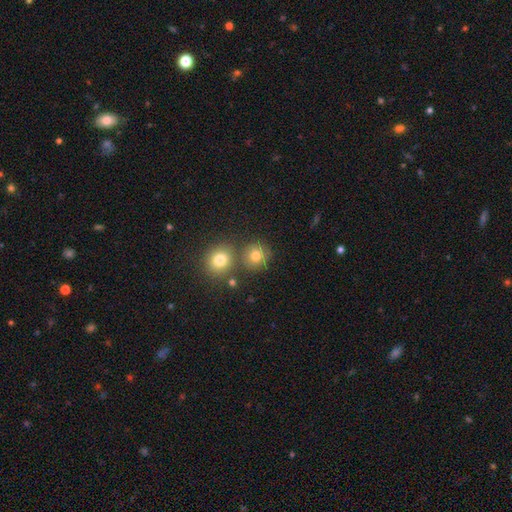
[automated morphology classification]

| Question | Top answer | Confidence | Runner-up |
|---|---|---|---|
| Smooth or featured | smooth | 75% | star or artifact (16%) |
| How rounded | round | 89% | in between (10%) |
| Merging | none | 73% | merger (16%) |